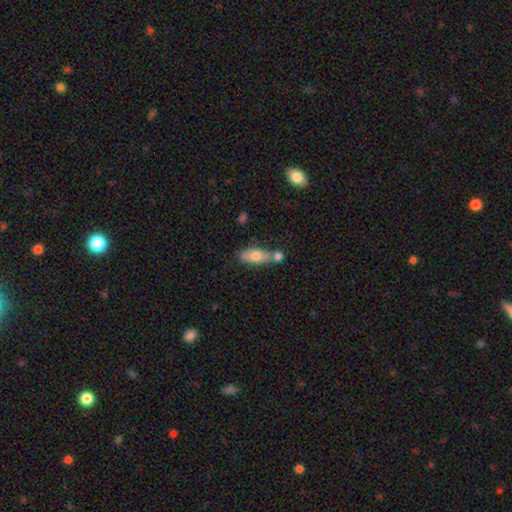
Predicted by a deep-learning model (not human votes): The model was most divided on "merging": none: 46%, merger: 35%, minor disturbance: 15%, major disturbance: 5%. More confident: smooth or featured — smooth (69%); how rounded — in between (66%).